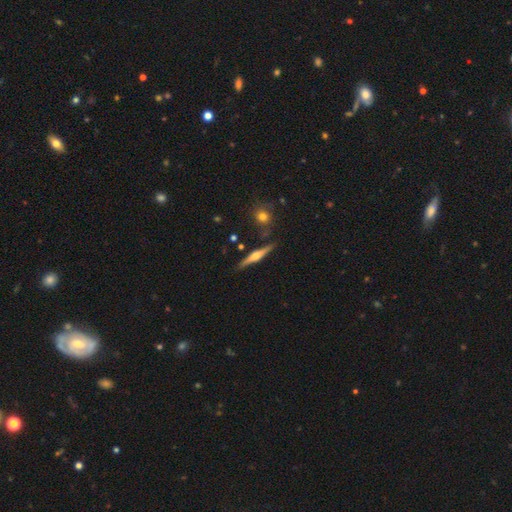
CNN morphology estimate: Smooth or featured? Predicted: featured or disk (p=0.73). Edge-on disk? Predicted: yes (p=0.97). Edge-on bulge? Predicted: rounded (p=0.90). Merging? Predicted: none (p=0.85).